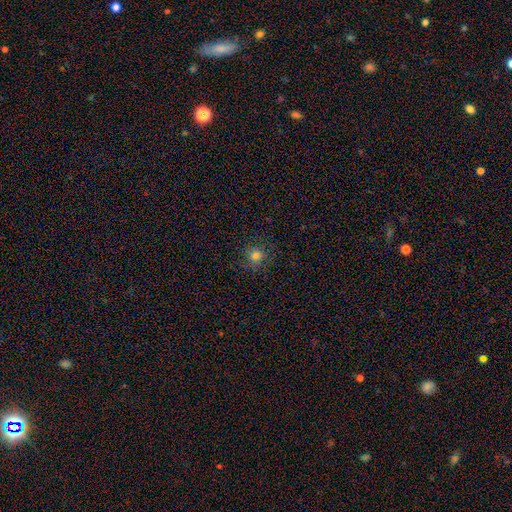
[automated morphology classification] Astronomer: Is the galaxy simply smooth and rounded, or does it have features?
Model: smooth — 78%.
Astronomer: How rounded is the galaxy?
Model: round — 90%.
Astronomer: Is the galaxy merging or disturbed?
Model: none — 83%.